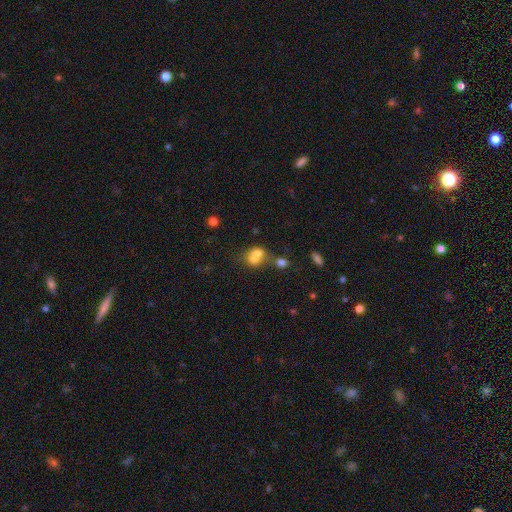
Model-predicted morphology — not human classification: smooth_or_featured: smooth (p=0.67) [alt: featured or disk p=0.20]
how_rounded: round (p=0.58) [alt: in between p=0.40]
merging: merger (p=0.64) [alt: none p=0.25]